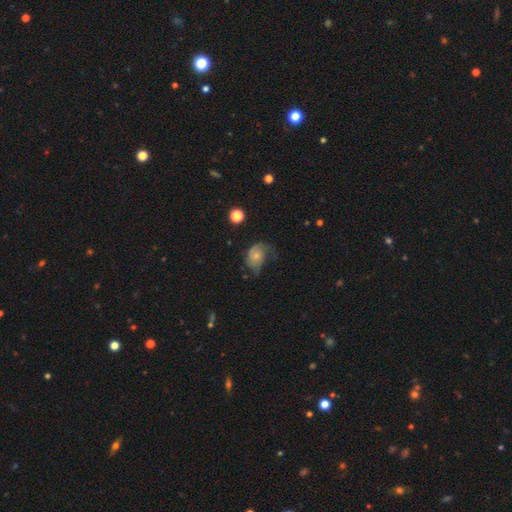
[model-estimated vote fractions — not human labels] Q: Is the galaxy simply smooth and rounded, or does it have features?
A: featured or disk — 45%, tied with smooth.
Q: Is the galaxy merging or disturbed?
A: major disturbance — 35%.